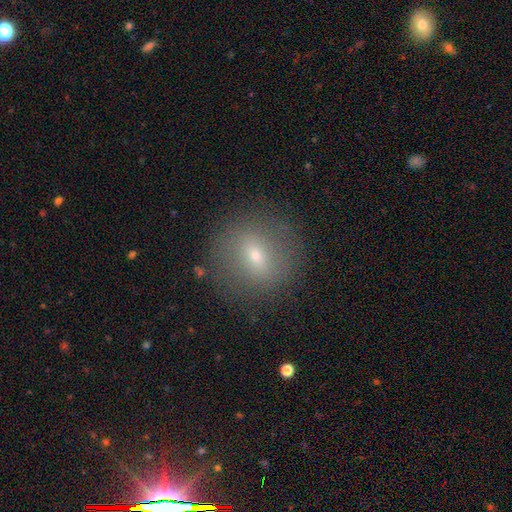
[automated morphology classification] smooth_or_featured: smooth (p=0.58) [alt: featured or disk p=0.28]
how_rounded: round (p=0.84) [alt: in between p=0.14]
merging: none (p=0.85) [alt: minor disturbance p=0.09]